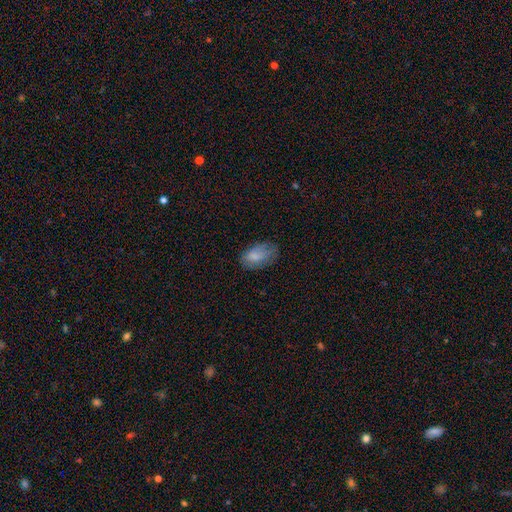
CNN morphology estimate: A smooth galaxy with no disk features (78%) that is in between round and cigar-shaped (92%). Merging: none (57%).